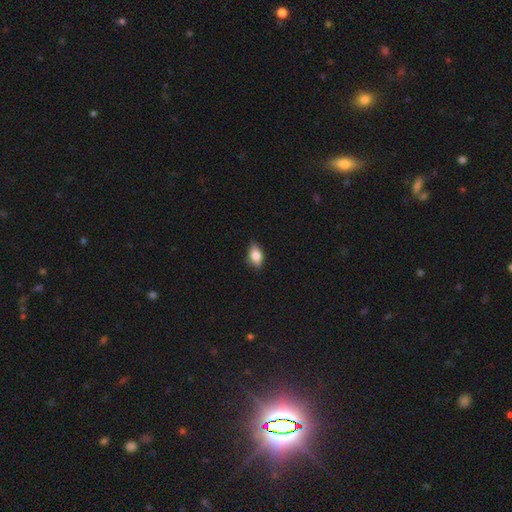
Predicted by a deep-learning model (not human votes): A smooth galaxy with no disk features (80%) that is in between round and cigar-shaped (87%).

Vote fractions:
- Smooth or featured? smooth: 80% / featured or disk: 12% / star or artifact: 8%
- How rounded? in between: 87% / round: 7% / cigar-shaped: 5%
- Merging? none: 83% / minor disturbance: 14% / major disturbance: 2% / merger: 1%